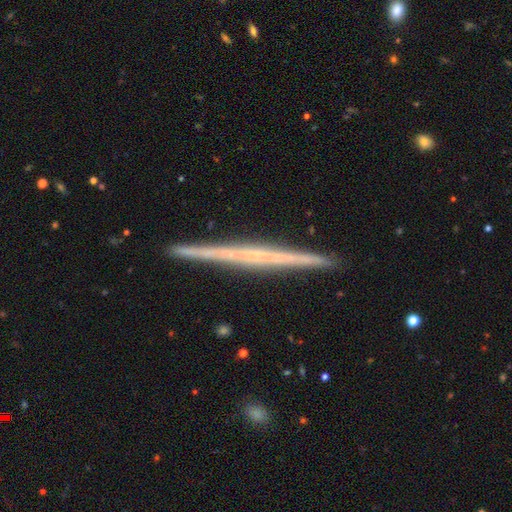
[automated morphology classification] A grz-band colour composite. It shows a featured or disk galaxy (77%) viewed edge-on (98%) with no central bulge (72%). Merging: none (92%).